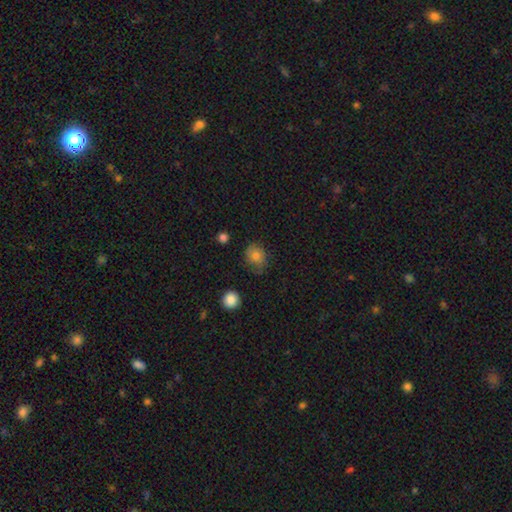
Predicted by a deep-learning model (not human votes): A smooth galaxy with no disk features (80%) that is round (58%). Merging: none (64%).